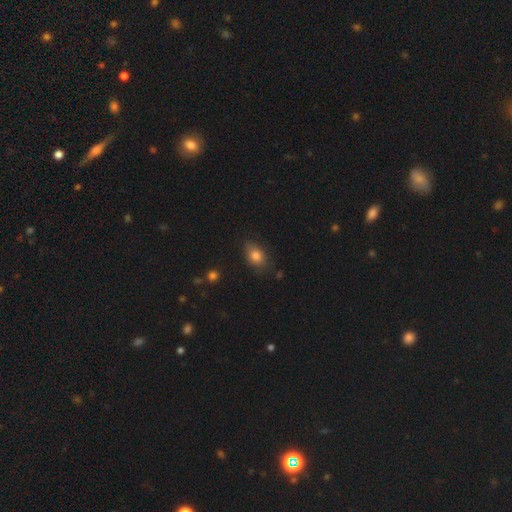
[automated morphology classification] smooth_or_featured: smooth (p=0.82) [alt: star or artifact p=0.10]
how_rounded: in between (p=0.76) [alt: round p=0.22]
merging: none (p=0.74) [alt: minor disturbance p=0.20]